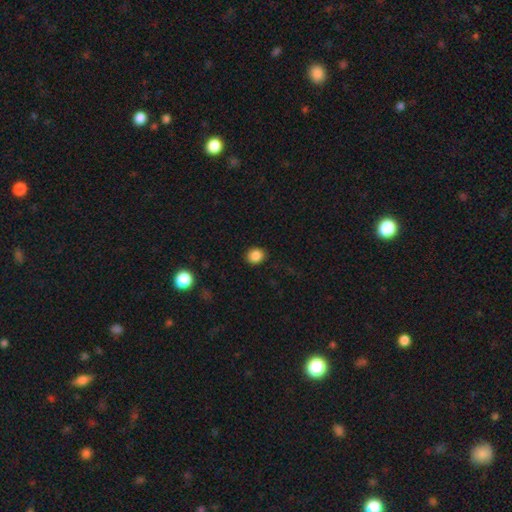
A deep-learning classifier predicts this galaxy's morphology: A smooth galaxy with no disk features (86%) that is round (76%). Merging: none (90%).